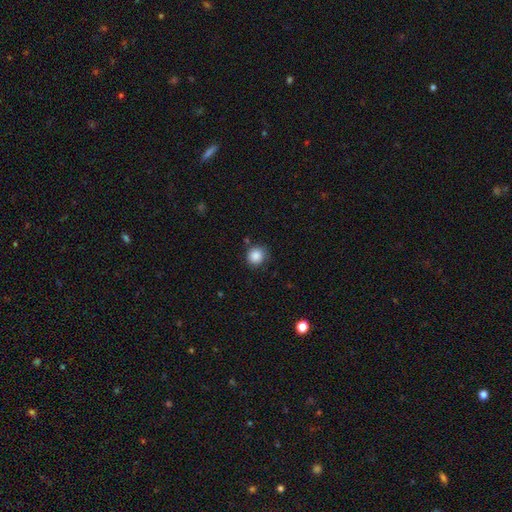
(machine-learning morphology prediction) Overall: smooth (87%). How rounded: round (89%). Merging: none (82%).